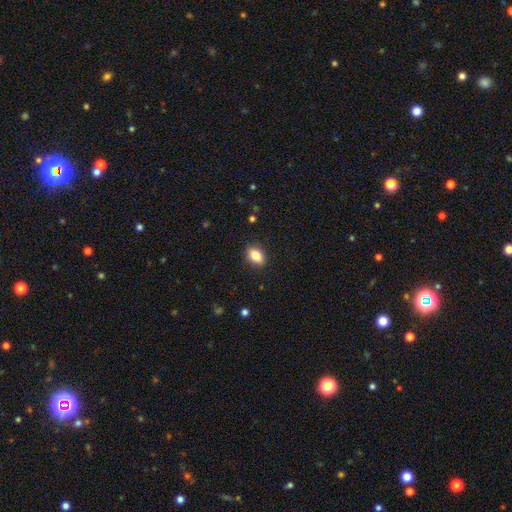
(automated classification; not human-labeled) This is clearly a smooth galaxy (84%). How rounded: clearly in between (81%). Merging: clearly none (88%).